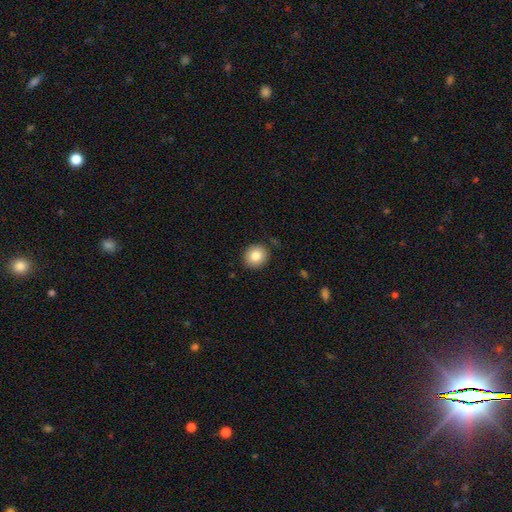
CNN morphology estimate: Q: Smooth or featured?
A: smooth (84%); runner-up: star or artifact (8%)
Q: How rounded?
A: round (86%); runner-up: in between (13%)
Q: Merging?
A: none (89%); runner-up: minor disturbance (8%)